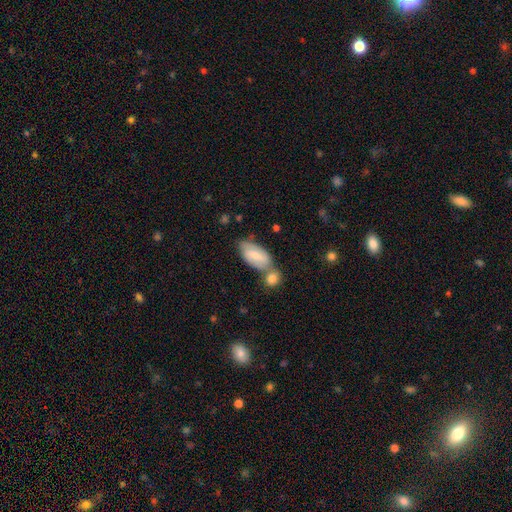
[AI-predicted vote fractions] Smooth or featured: smooth — 60% (featured or disk — 34%)
How rounded: in between — 91% (cigar-shaped — 5%)
Merging: none — 41% (merger — 37%)